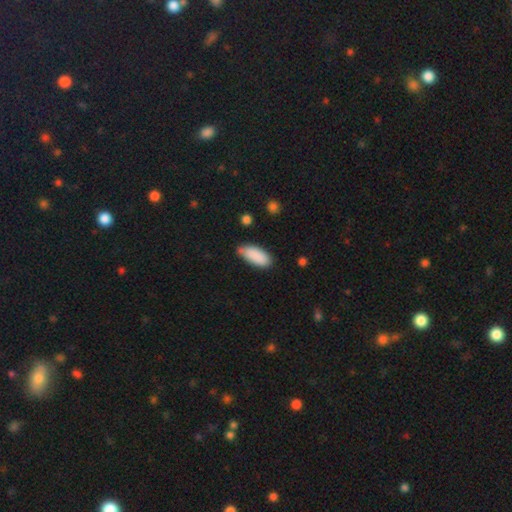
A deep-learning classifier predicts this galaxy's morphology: Smooth or featured? Predicted: smooth (p=0.89). How rounded? Predicted: in between (p=0.84). Merging? Predicted: none (p=0.69).